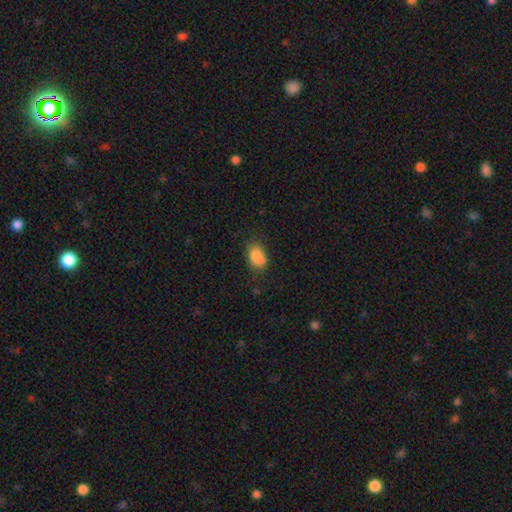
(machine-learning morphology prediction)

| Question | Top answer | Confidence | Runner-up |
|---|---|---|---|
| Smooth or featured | smooth | 81% | featured or disk (10%) |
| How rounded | in between | 81% | round (17%) |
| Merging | none | 54% | minor disturbance (23%) |